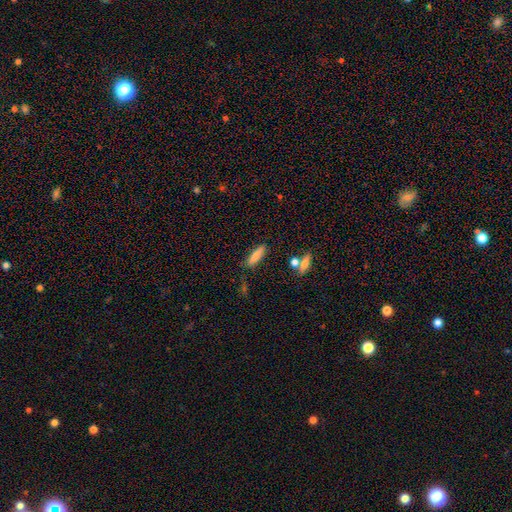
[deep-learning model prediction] smooth_or_featured: smooth (p=0.79) [alt: featured or disk p=0.13]
how_rounded: cigar-shaped (p=0.69) [alt: in between p=0.29]
merging: none (p=0.79) [alt: minor disturbance p=0.13]